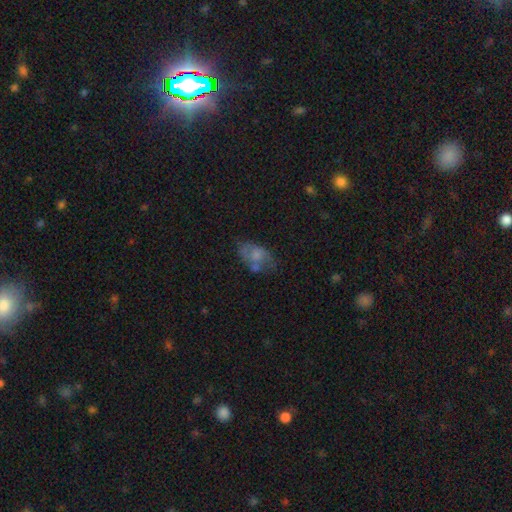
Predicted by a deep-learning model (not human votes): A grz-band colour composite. It shows a smooth galaxy with no disk features (54%) that is in between round and cigar-shaped (89%). Merging: none (44%).